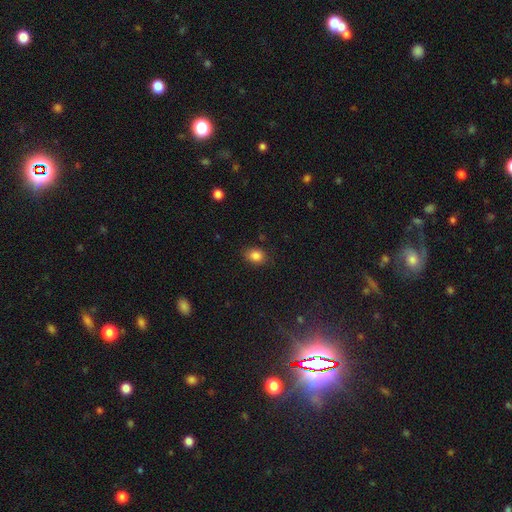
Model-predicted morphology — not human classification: This is clearly a smooth galaxy (84%). How rounded: possibly in between (56%). Merging: clearly none (80%).